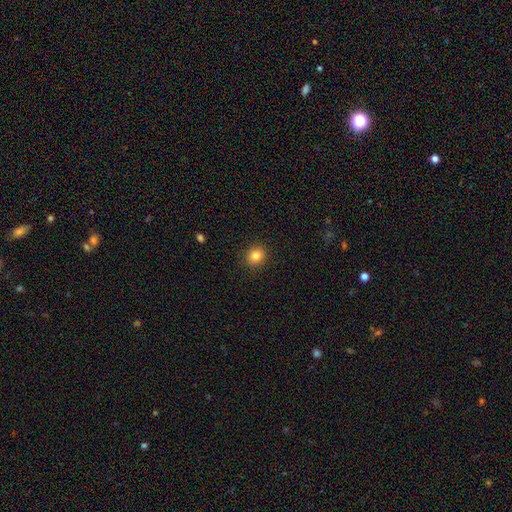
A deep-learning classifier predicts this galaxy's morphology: Smooth or featured?
  - smooth: 83% *
  - star or artifact: 11%
  - featured or disk: 6%
How rounded?
  - round: 78% *
  - in between: 21%
  - cigar-shaped: 1%
Merging?
  - none: 90% *
  - minor disturbance: 7%
  - major disturbance: 2%
  - merger: 1%